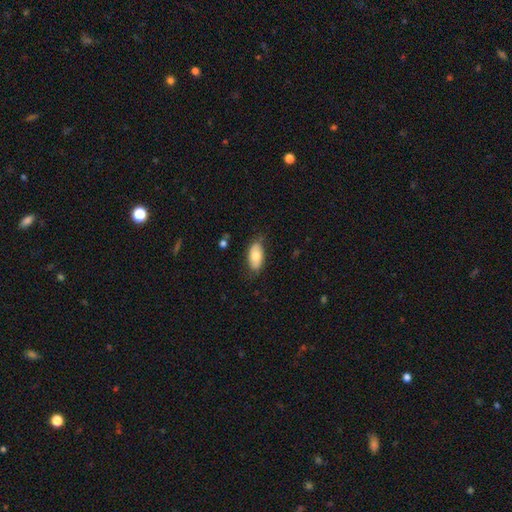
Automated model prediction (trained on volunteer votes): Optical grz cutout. It shows a smooth galaxy with no disk features (72%) that is in between round and cigar-shaped (92%). Merging: none (75%).